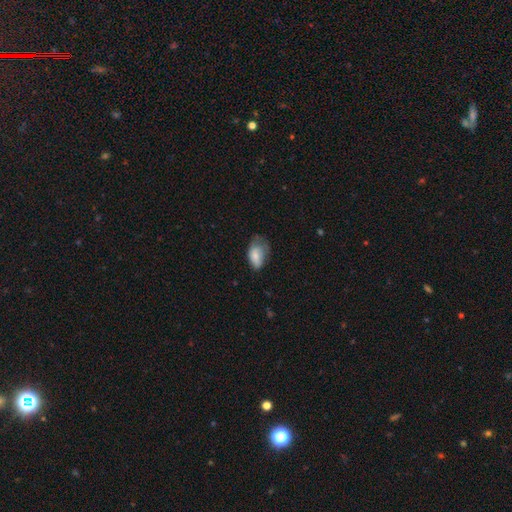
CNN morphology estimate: This is likely a smooth galaxy (76%). How rounded: clearly in between (91%). Merging: marginally minor disturbance (40%).